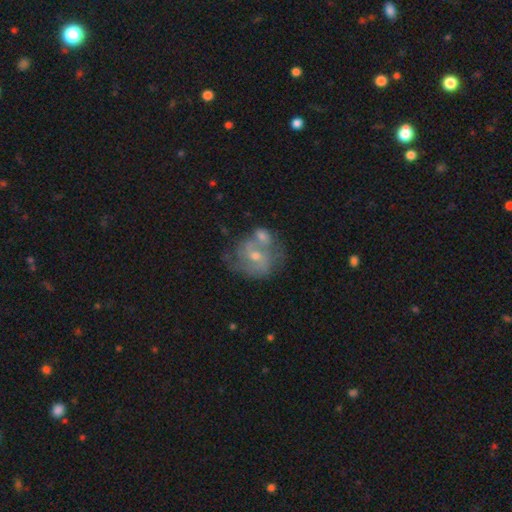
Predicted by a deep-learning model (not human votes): Morphology: type=featured or disk (72%); edge-on=no (97%); bar=no (46%); spiral arms=yes (82%); winding=medium (47%); arm count=2 (62%); bulge=small (50%); merging=none (39%).